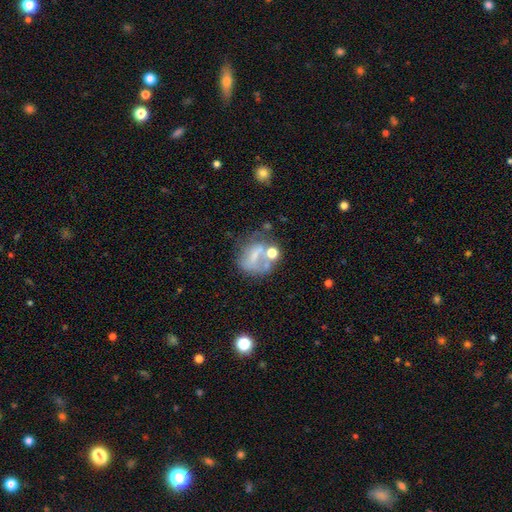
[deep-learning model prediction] Smooth or featured: featured or disk — 43% (smooth — 40%)
Merging: none — 33% (major disturbance — 29%)